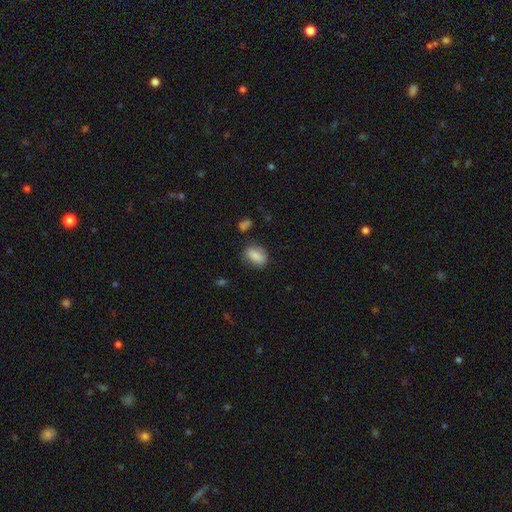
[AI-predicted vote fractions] Smooth or featured? Predicted: smooth (p=0.84). How rounded? Predicted: in between (p=0.81). Merging? Predicted: none (p=0.77).